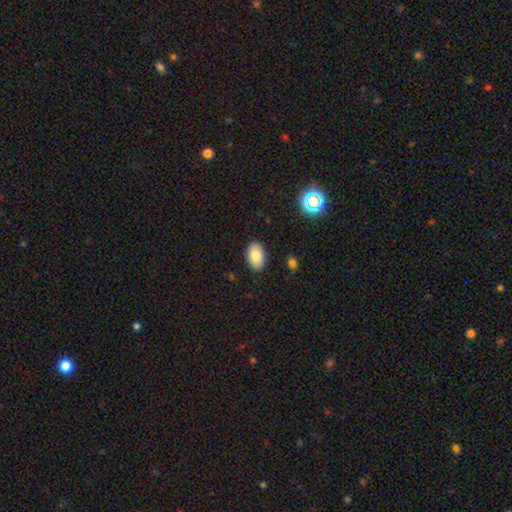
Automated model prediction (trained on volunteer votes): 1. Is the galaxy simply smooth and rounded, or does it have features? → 81% smooth, 11% featured or disk, 8% star or artifact.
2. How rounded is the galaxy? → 92% in between, 7% round, 1% cigar-shaped.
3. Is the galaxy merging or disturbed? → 89% none, 8% minor disturbance, 2% major disturbance, 1% merger.